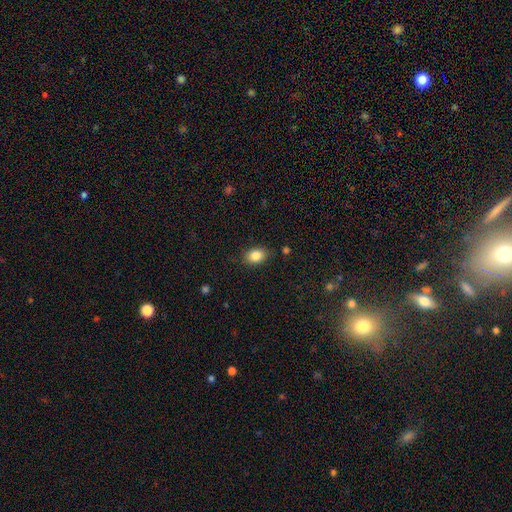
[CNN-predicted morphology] A smooth galaxy with no disk features (85%) that is in between round and cigar-shaped (75%). Merging: none (83%).